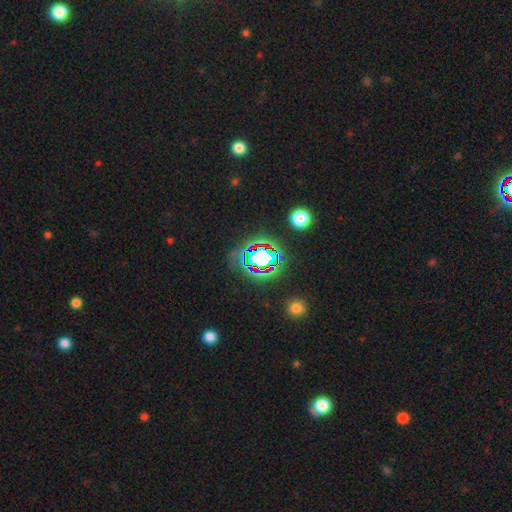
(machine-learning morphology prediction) smooth-or-featured: star or artifact: 75% | smooth: 15% | featured or disk: 11%